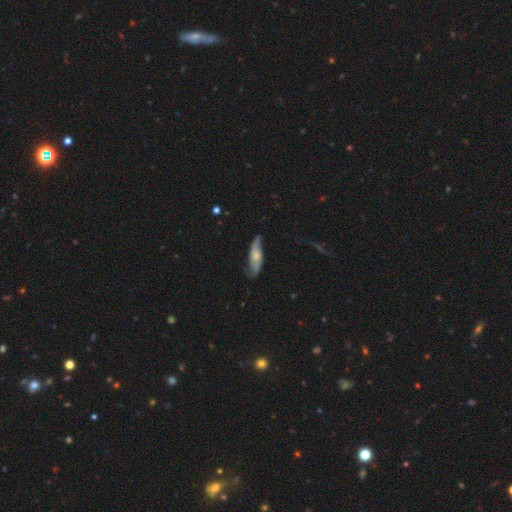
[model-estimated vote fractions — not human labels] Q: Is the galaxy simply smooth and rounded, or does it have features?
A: featured or disk — 56%.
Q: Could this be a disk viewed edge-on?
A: no — 67%.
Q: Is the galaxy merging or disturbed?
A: none — 68%.